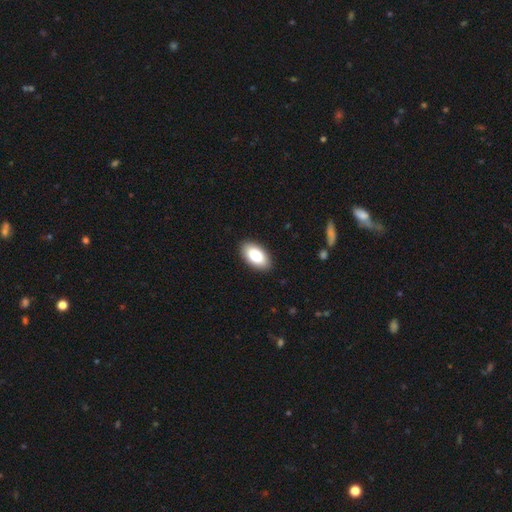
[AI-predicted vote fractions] Smooth or featured? Predicted: smooth (p=0.86). How rounded? Predicted: in between (p=0.95). Merging? Predicted: none (p=0.89).